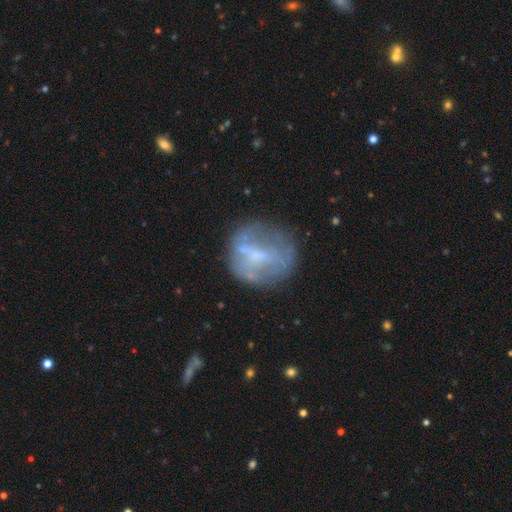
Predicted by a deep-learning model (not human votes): The model was most divided on "smooth or featured": featured or disk: 51%, smooth: 38%, star or artifact: 11%. More confident: edge-on disk — no (96%); merging — none (60%).